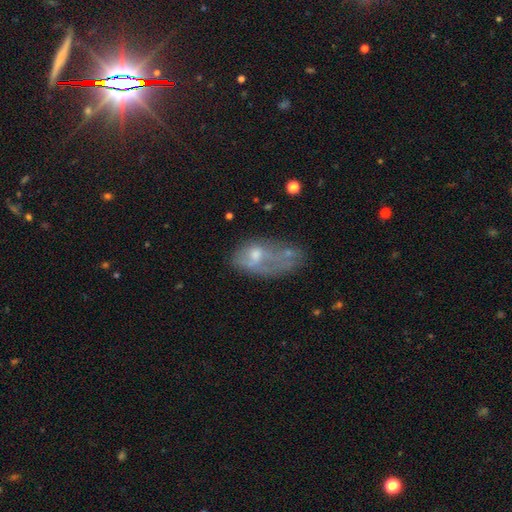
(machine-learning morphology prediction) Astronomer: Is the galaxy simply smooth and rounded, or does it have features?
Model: smooth — 46% (runner-up: featured or disk, 42%).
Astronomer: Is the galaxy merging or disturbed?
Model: major disturbance — 36% (runner-up: none, 26%).